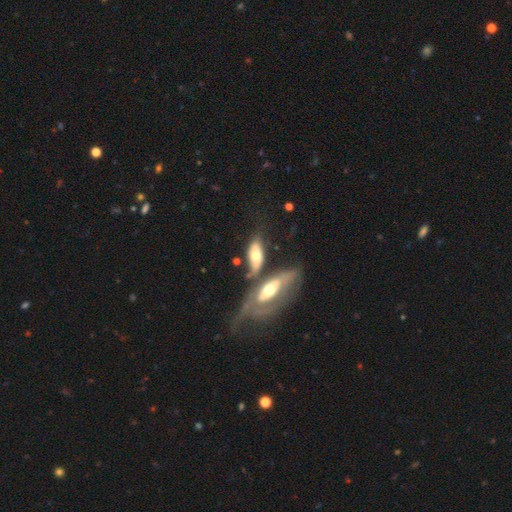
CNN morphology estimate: A smooth galaxy with no disk features (50%).

Vote fractions:
- Smooth or featured? smooth: 50% / featured or disk: 44% / star or artifact: 6%
- Merging? merger: 43% / none: 30% / minor disturbance: 16% / major disturbance: 11%